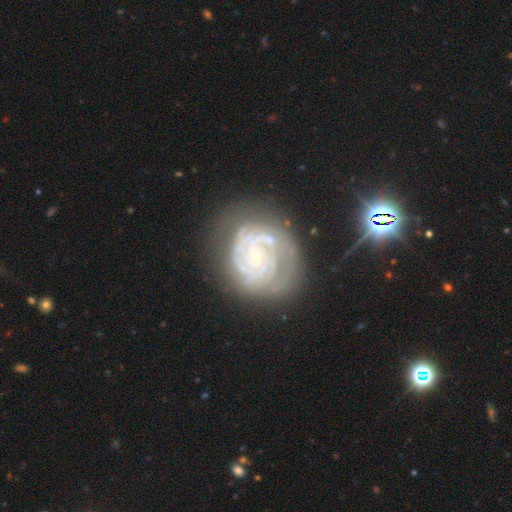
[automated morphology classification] smooth-or-featured: featured or disk: 82% | smooth: 10% | star or artifact: 8%
  disk-edge-on: no: 98% | yes: 2%
    bar: no: 74% | weak: 20% | strong: 6%
    has-spiral-arms: yes: 91% | no: 9%
      spiral-winding: tight: 72% | medium: 22% | loose: 5%
      spiral-arm-count: can't tell: 37% | 3: 19% | 2: 19% | 4: 12% | more than 4: 7% | 1: 6%
    bulge-size: small: 84% | moderate: 10% | none: 4% | large: 1% | dominant: 1%
  merging: none: 60% | minor disturbance: 22% | major disturbance: 14% | merger: 4%